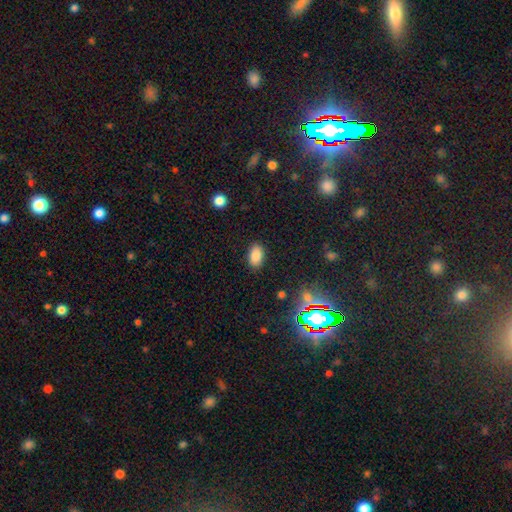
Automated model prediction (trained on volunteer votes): Smooth or featured? Predicted: smooth (p=0.84). How rounded? Predicted: in between (p=0.92). Merging? Predicted: none (p=0.87).